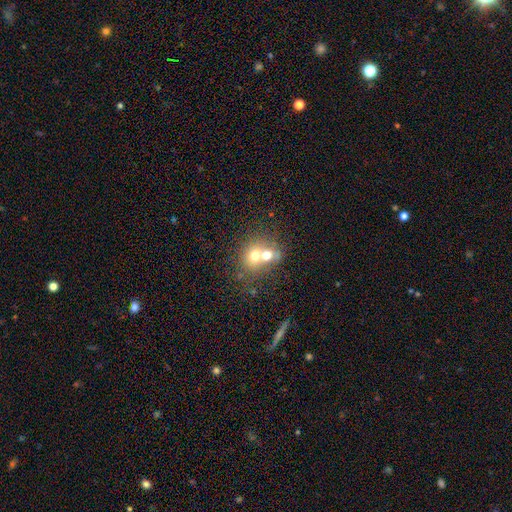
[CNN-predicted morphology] Smooth or featured? smooth (65%)
How rounded? round (65%)
Merging? merger (67%)